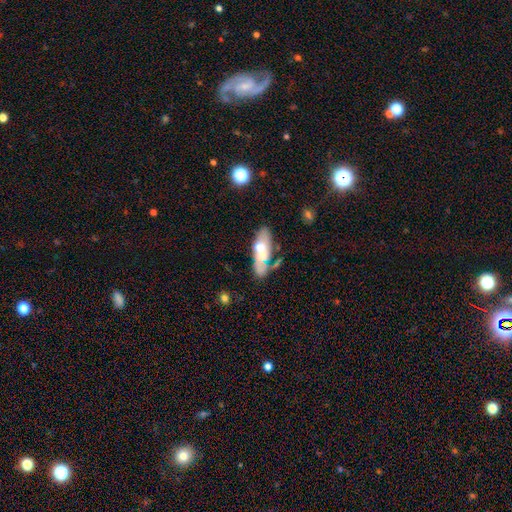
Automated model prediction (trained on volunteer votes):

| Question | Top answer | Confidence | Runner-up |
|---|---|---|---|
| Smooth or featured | smooth | 52% | featured or disk (41%) |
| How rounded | in between | 64% | cigar-shaped (33%) |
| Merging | none | 49% | minor disturbance (21%) |